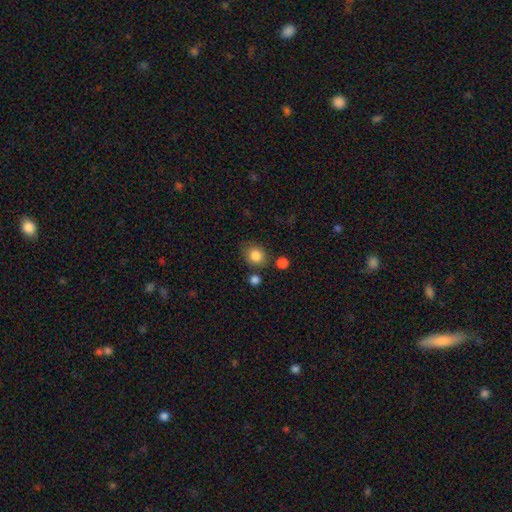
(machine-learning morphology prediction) Overall: smooth (85%). How rounded: round (69%; in between 30%). Merging: none (71%).